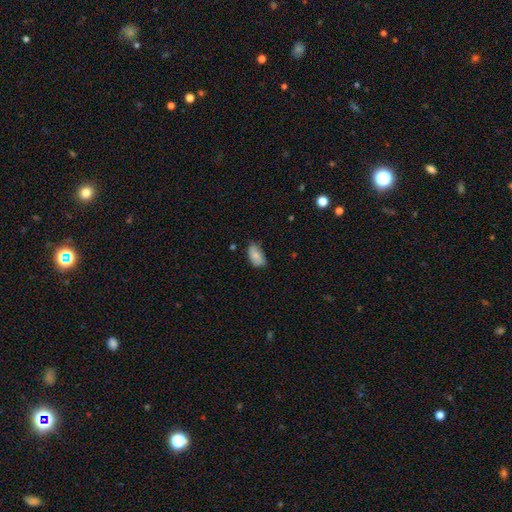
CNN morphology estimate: smooth 80%, featured or disk 13%, star or artifact 7%. Down the decision tree: how rounded — in between (93%); merging — none (62%).